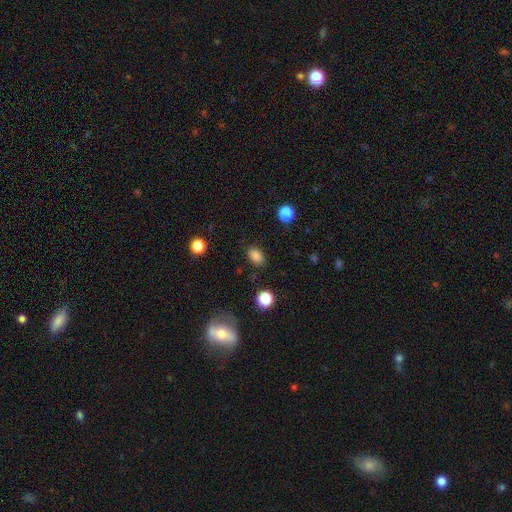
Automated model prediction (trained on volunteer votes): smooth_or_featured: smooth (p=0.84) [alt: star or artifact p=0.11]
how_rounded: in between (p=0.82) [alt: round p=0.17]
merging: none (p=0.85) [alt: minor disturbance p=0.10]